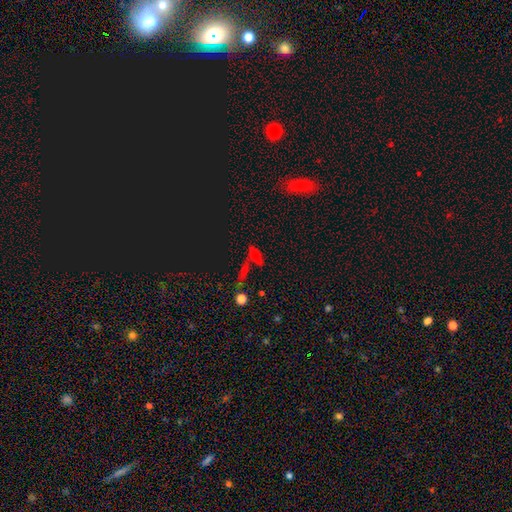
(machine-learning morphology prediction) Smooth or featured?
  - smooth: 44% *
  - featured or disk: 32%
  - star or artifact: 23%
Merging?
  - none: 62% *
  - merger: 20%
  - minor disturbance: 12%
  - major disturbance: 6%